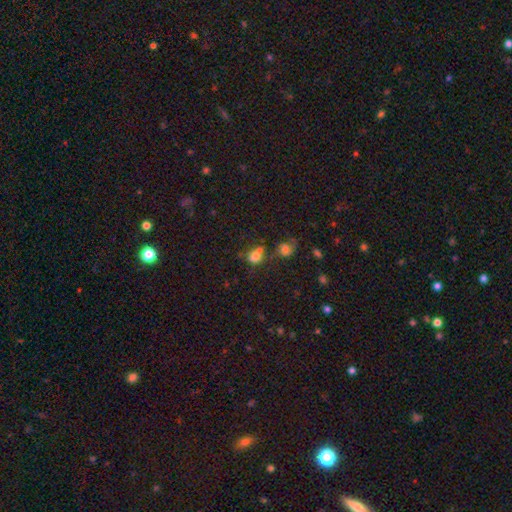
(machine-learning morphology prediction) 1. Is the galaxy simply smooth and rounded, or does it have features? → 74% smooth, 16% star or artifact, 10% featured or disk.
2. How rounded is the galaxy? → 58% in between, 40% round, 2% cigar-shaped.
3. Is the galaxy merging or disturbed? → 41% none, 28% merger, 20% minor disturbance, 11% major disturbance.